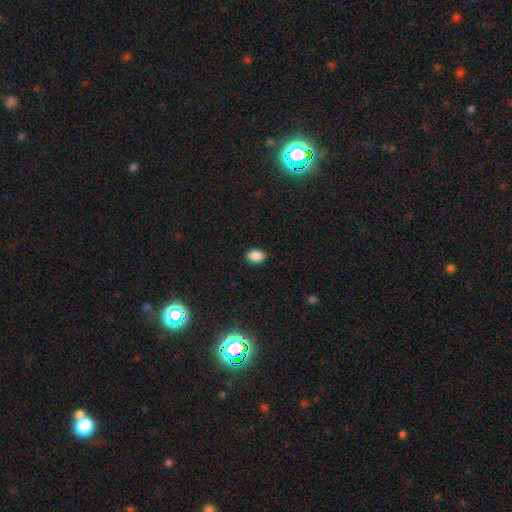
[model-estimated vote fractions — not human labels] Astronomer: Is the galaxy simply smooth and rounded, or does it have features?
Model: smooth — 88%.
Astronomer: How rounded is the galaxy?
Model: in between — 86%.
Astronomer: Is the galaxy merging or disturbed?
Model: none — 89%.